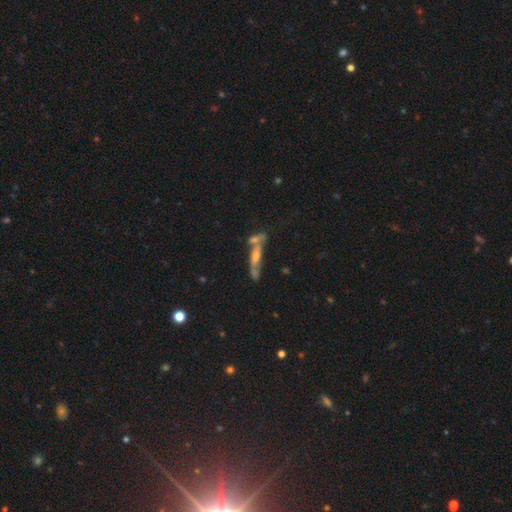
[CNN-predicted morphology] The model was most divided on "merging": none: 41%, merger: 33%, minor disturbance: 15%, major disturbance: 10%. More confident: smooth or featured — featured or disk (63%); edge-on disk — yes (60%).